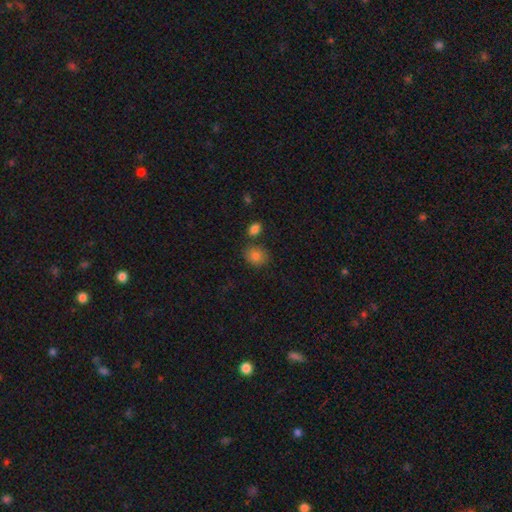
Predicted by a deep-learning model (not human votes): Smooth or featured? Predicted: smooth (p=0.83). How rounded? Predicted: round (p=0.57). Merging? Predicted: none (p=0.73).